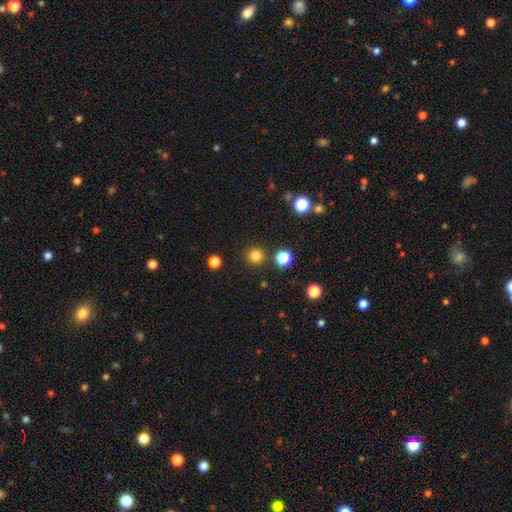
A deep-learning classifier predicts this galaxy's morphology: Q: Smooth or featured?
A: smooth (79%); runner-up: star or artifact (16%)
Q: How rounded?
A: round (95%); runner-up: in between (4%)
Q: Merging?
A: none (89%); runner-up: minor disturbance (6%)